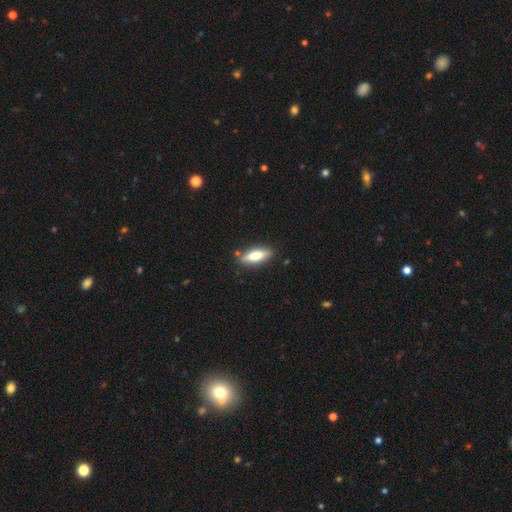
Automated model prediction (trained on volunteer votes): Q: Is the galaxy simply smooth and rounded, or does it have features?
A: smooth — 69%.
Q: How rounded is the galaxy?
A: in between — 59%.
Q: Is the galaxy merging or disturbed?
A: none — 85%.